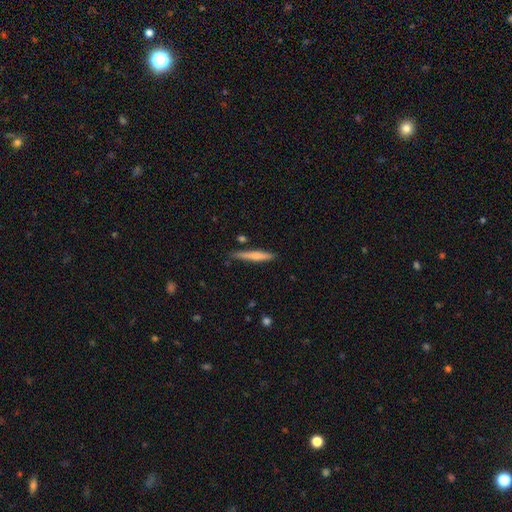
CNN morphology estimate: Overall: smooth (62%; featured or disk 32%). How rounded: cigar-shaped (94%). Merging: none (80%).